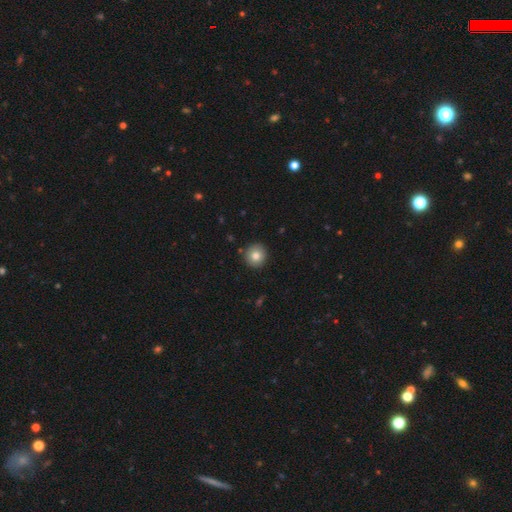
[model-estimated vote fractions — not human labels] Smooth or featured?
  - smooth: 81% *
  - featured or disk: 9%
  - star or artifact: 9%
How rounded?
  - round: 94% *
  - in between: 5%
  - cigar-shaped: 1%
Merging?
  - none: 91% *
  - minor disturbance: 6%
  - major disturbance: 2%
  - merger: 2%